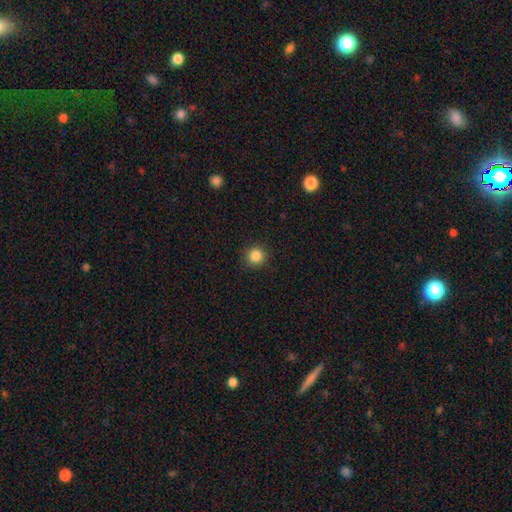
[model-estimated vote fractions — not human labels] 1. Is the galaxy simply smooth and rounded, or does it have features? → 85% smooth, 11% star or artifact, 4% featured or disk.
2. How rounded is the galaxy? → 93% round, 6% in between, 1% cigar-shaped.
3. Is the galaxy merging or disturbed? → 90% none, 7% minor disturbance, 2% major disturbance, 1% merger.